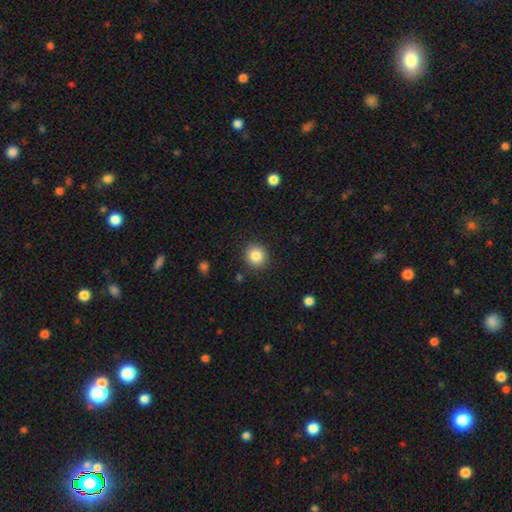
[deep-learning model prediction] Morphology: type=smooth (85%); roundness=round (88%); merging=none (90%).